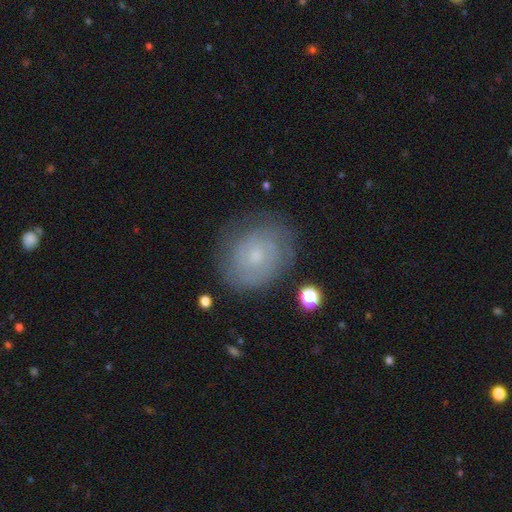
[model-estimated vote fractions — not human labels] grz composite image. It shows a featured or disk galaxy (60%) with no bar (76%), spiral arms (80%) and a small central bulge (69%). Merging: none (76%).